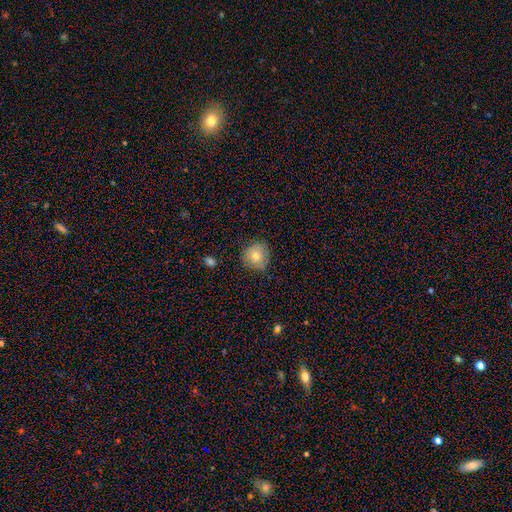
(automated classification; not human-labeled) A smooth galaxy with no disk features (75%) that is round (89%). Merging: none (79%).